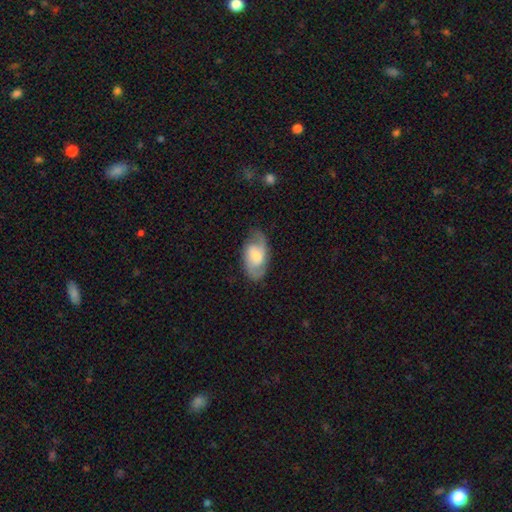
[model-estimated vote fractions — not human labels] Morphology: type=featured or disk (64%); edge-on=no (96%); bar=no (49%); spiral arms=yes (89%); winding=medium (49%); arm count=2 (83%); bulge=moderate (37%); merging=none (75%).